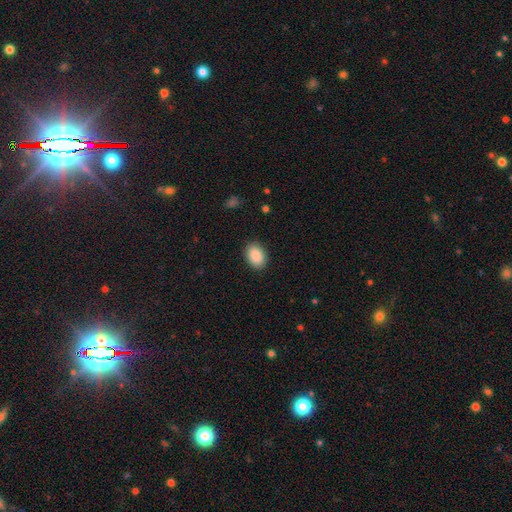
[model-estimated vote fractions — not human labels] smooth_or_featured: smooth (p=0.90) [alt: star or artifact p=0.07]
how_rounded: in between (p=0.83) [alt: round p=0.16]
merging: none (p=0.89) [alt: minor disturbance p=0.08]